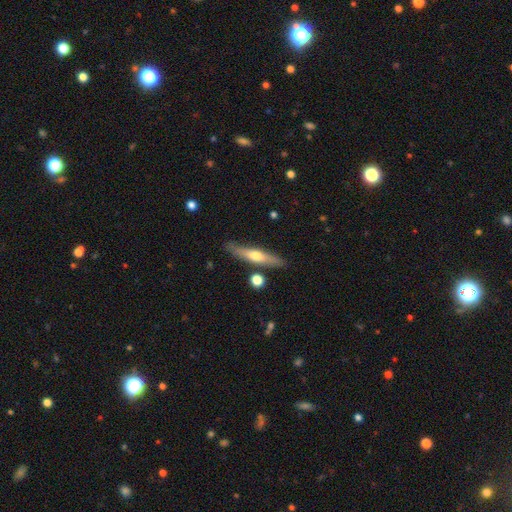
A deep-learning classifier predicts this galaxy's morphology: Smooth or featured: featured or disk — 51% (smooth — 43%)
Edge-on disk: yes — 90% (no — 10%)
Merging: none — 82% (minor disturbance — 11%)